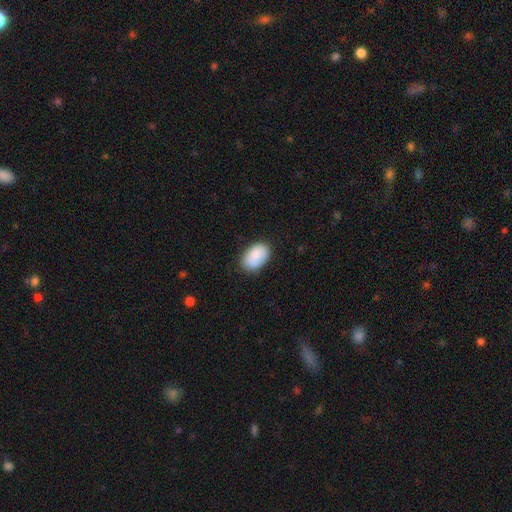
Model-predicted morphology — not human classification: Smooth or featured?
  - smooth: 87% *
  - star or artifact: 7%
  - featured or disk: 6%
How rounded?
  - in between: 92% *
  - round: 7%
  - cigar-shaped: 1%
Merging?
  - none: 81% *
  - minor disturbance: 15%
  - major disturbance: 3%
  - merger: 1%